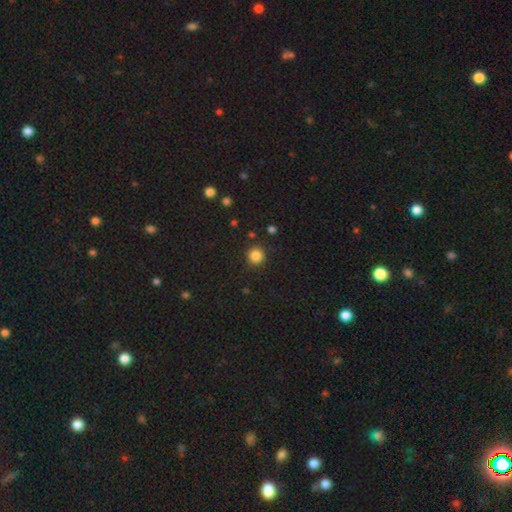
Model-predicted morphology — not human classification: A smooth galaxy with no disk features (85%) that is round (93%). Merging: none (90%).